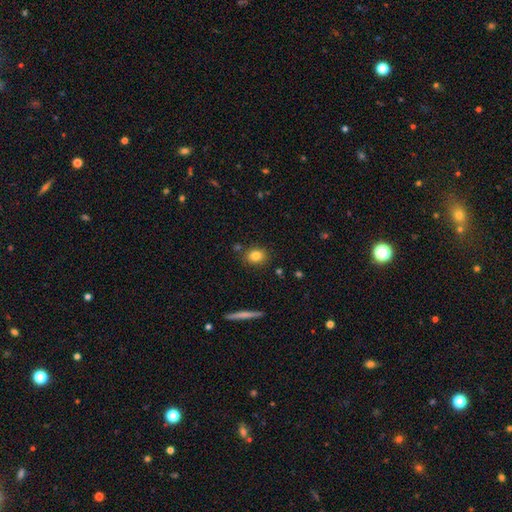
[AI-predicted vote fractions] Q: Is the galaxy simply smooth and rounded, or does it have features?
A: smooth — 81%.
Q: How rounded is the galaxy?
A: round — 56%.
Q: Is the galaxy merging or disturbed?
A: none — 84%.